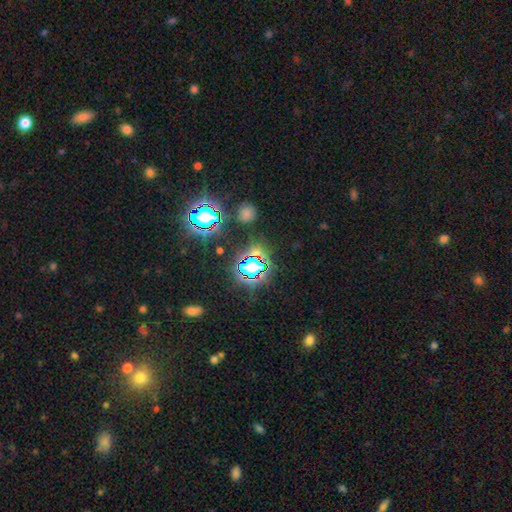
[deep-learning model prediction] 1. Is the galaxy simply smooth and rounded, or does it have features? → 76% star or artifact, 17% smooth, 7% featured or disk.